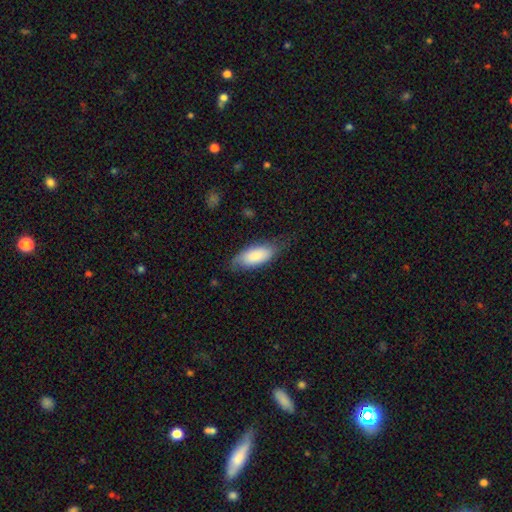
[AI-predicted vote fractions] Smooth or featured?
  - smooth: 78% *
  - featured or disk: 16%
  - star or artifact: 6%
How rounded?
  - in between: 85% *
  - cigar-shaped: 13%
  - round: 2%
Merging?
  - none: 62% *
  - minor disturbance: 27%
  - major disturbance: 9%
  - merger: 1%